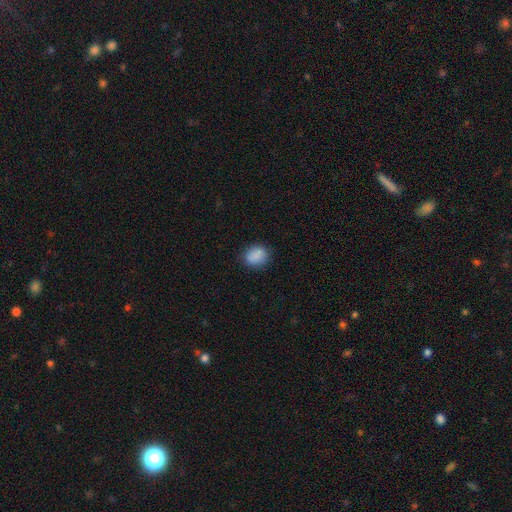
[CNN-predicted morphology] A smooth galaxy with no disk features (88%) that is in between round and cigar-shaped (54%).

Vote fractions:
- Smooth or featured? smooth: 88% / star or artifact: 8% / featured or disk: 4%
- How rounded? in between: 54% / round: 45% / cigar-shaped: 1%
- Merging? none: 83% / minor disturbance: 13% / major disturbance: 3% / merger: 1%